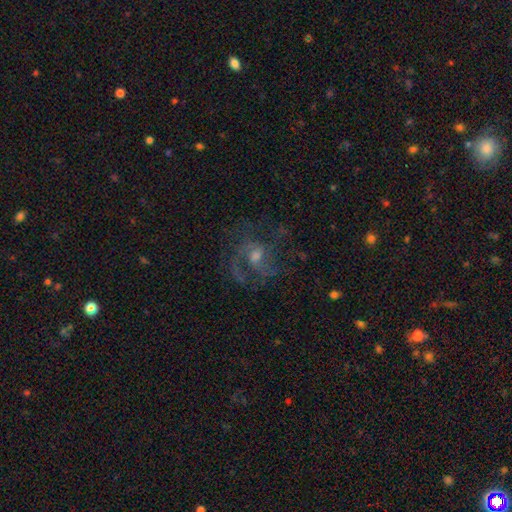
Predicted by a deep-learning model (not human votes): Overall: featured or disk (72%). Edge-on disk: no (97%). Bar: no (58%; weak 35%). Spiral arms: yes (90%). Spiral arm count: 2 (39%; can't tell 22%). Spiral winding: medium (52%; tight 26%). Bulge size: moderate (51%; small 38%). Merging: none (67%).